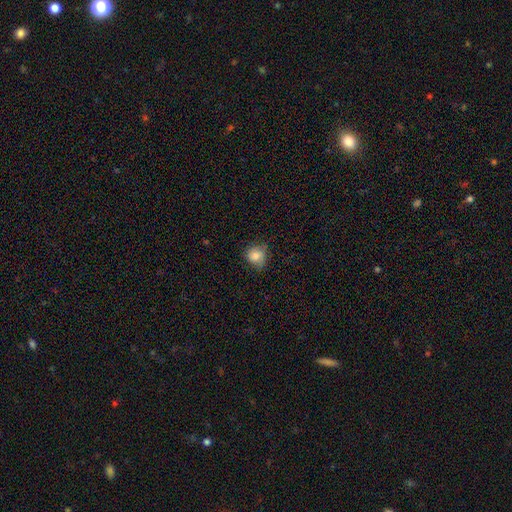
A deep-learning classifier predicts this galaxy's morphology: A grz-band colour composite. It shows a smooth galaxy with no disk features (81%) that is round (75%). Merging: none (64%).